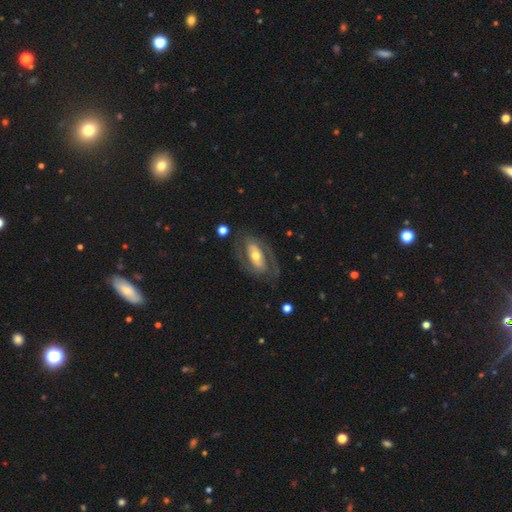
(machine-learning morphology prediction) A featured or disk galaxy (75%) with no bar (42%), spiral arms (66%) and a moderate central bulge (64%).

Vote fractions:
- Smooth or featured? featured or disk: 75% / smooth: 21% / star or artifact: 5%
- Edge-on disk? no: 92% / yes: 8%
- Bar? no: 42% / strong: 31% / weak: 27%
- Spiral arms? yes: 66% / no: 34%
- Bulge size? moderate: 64% / small: 23% / large: 10% / dominant: 1% / none: 1%
- Merging? none: 70% / minor disturbance: 15% / major disturbance: 13% / merger: 2%